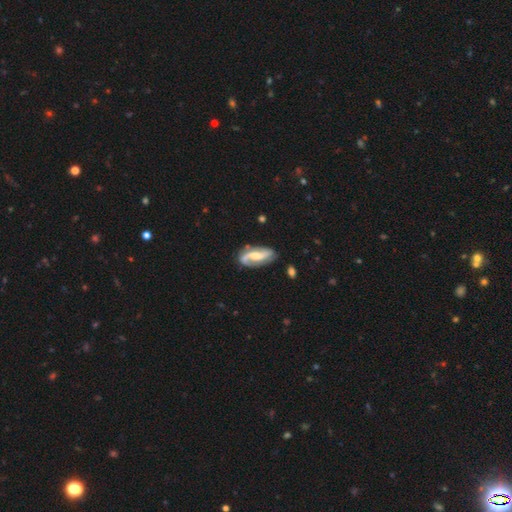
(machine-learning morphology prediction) smooth-or-featured: featured or disk: 81% | smooth: 14% | star or artifact: 5%
  disk-edge-on: no: 95% | yes: 5%
    bar: weak: 41% | no: 32% | strong: 27%
    has-spiral-arms: yes: 95% | no: 5%
      spiral-winding: loose: 42% | medium: 40% | tight: 17%
      spiral-arm-count: 2: 85% | 1: 7% | can't tell: 5% | 3: 1% | 4: 1% | more than 4: 1%
    bulge-size: moderate: 49% | small: 28% | large: 13% | none: 9% | dominant: 2%
  merging: none: 72% | minor disturbance: 18% | major disturbance: 7% | merger: 3%